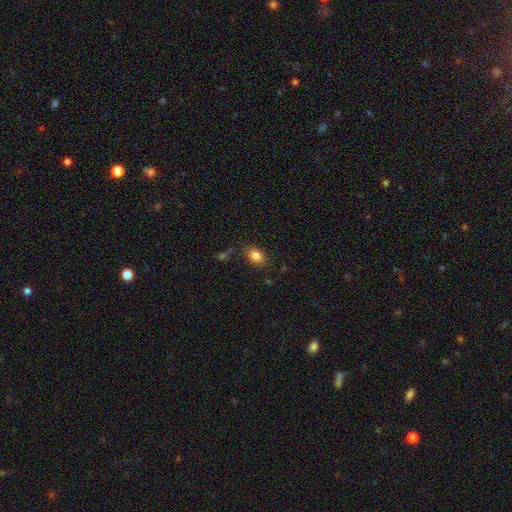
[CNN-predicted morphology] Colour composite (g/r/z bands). It shows a smooth galaxy with no disk features (84%) that is in between round and cigar-shaped (83%). Merging: none (79%).